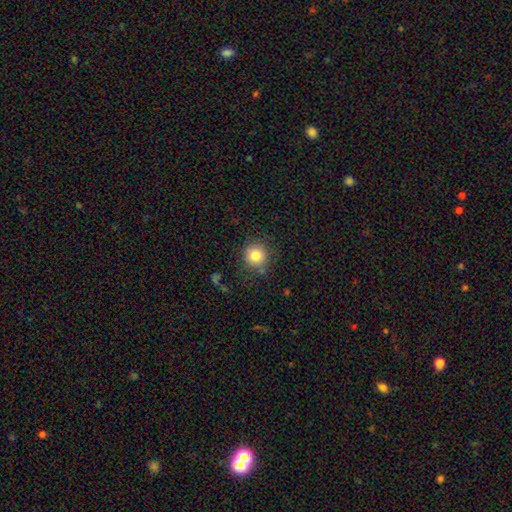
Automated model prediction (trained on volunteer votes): smooth-or-featured: smooth: 81% | star or artifact: 12% | featured or disk: 8%
  how-rounded: round: 91% | in between: 8% | cigar-shaped: 1%
  merging: none: 80% | minor disturbance: 13% | major disturbance: 4% | merger: 3%